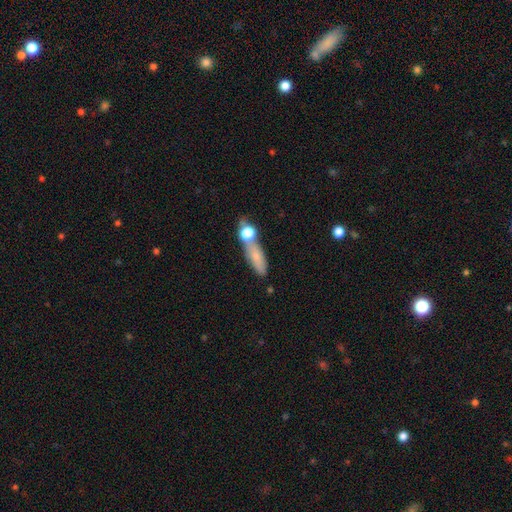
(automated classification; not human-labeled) This is likely a smooth galaxy (69%). How rounded: possibly cigar-shaped (46%). Merging: possibly none (53%).